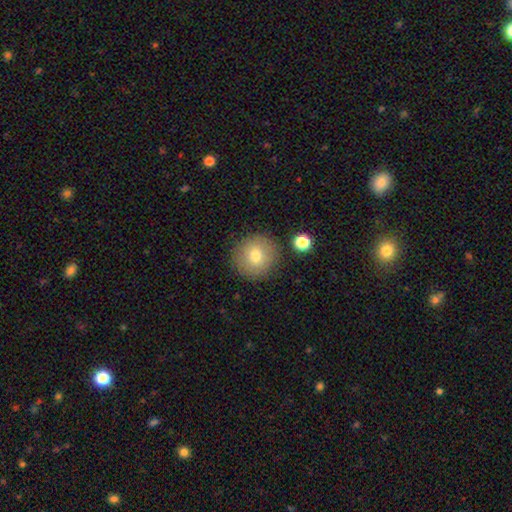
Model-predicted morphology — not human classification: Smooth or featured?
  - smooth: 76% *
  - featured or disk: 14%
  - star or artifact: 10%
How rounded?
  - round: 94% *
  - in between: 5%
  - cigar-shaped: 1%
Merging?
  - none: 86% *
  - minor disturbance: 8%
  - merger: 3%
  - major disturbance: 3%